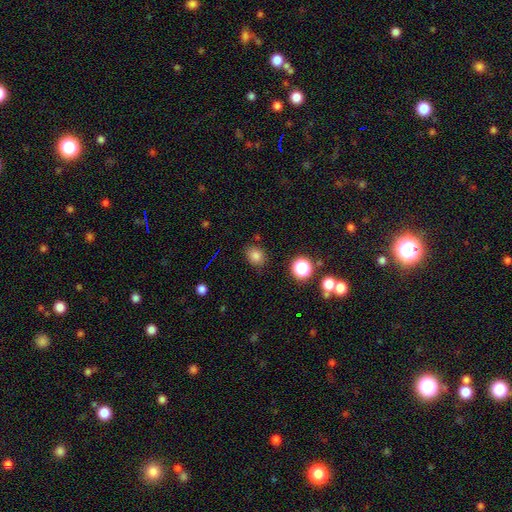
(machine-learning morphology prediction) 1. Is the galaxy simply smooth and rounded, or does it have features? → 80% smooth, 14% star or artifact, 6% featured or disk.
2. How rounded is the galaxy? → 52% in between, 47% round, 1% cigar-shaped.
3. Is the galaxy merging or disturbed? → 82% none, 13% minor disturbance, 3% major disturbance, 2% merger.